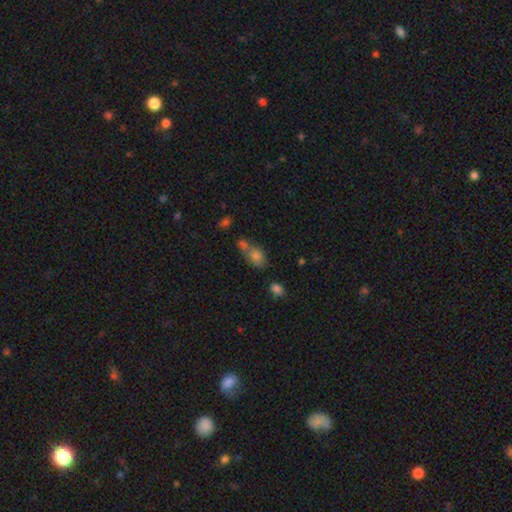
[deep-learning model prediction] Smooth or featured?
  - smooth: 75% *
  - featured or disk: 13%
  - star or artifact: 12%
How rounded?
  - in between: 77% *
  - round: 21%
  - cigar-shaped: 3%
Merging?
  - merger: 42% *
  - none: 39%
  - minor disturbance: 13%
  - major disturbance: 5%